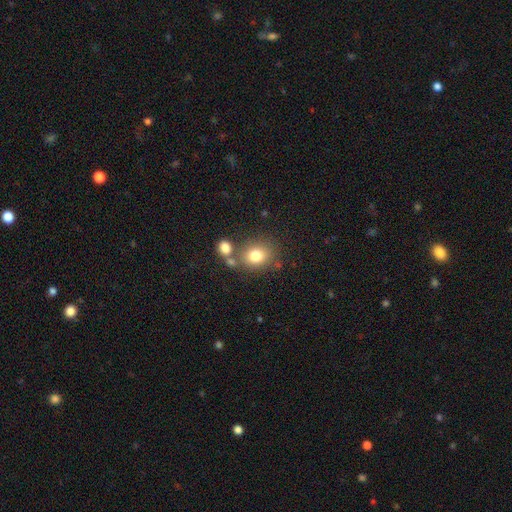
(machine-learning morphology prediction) type=smooth (78%); roundness=round (61%); merging=none (62%).